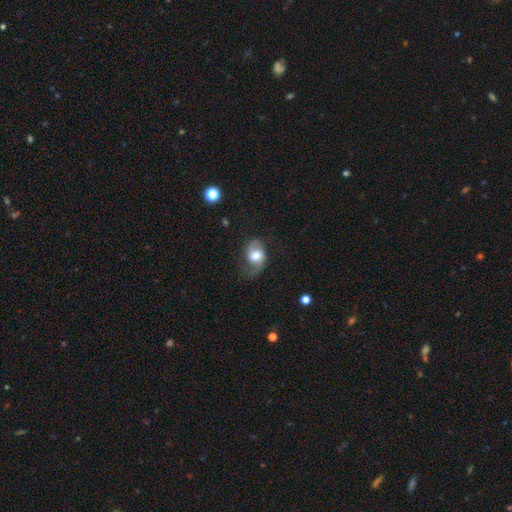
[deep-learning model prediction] Overall: featured or disk (56%; smooth 37%). Edge-on disk: no (96%). Bar: no (61%; weak 31%). Spiral arms: yes (87%). Bulge size: moderate (44%; large 42%). Merging: none (51%; minor disturbance 27%).